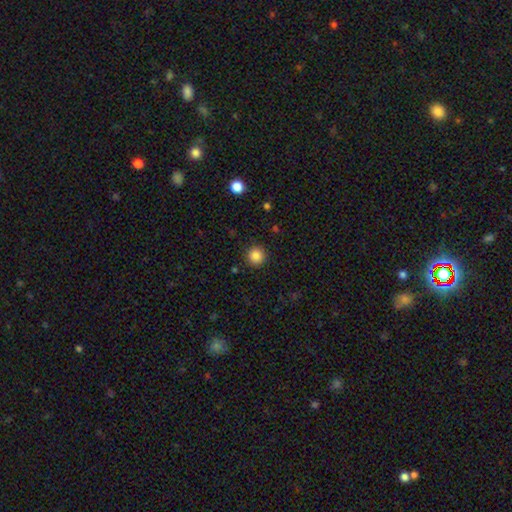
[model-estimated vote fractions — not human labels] smooth 85%, star or artifact 11%, featured or disk 4%. Down the decision tree: how rounded — round (95%); merging — none (91%).